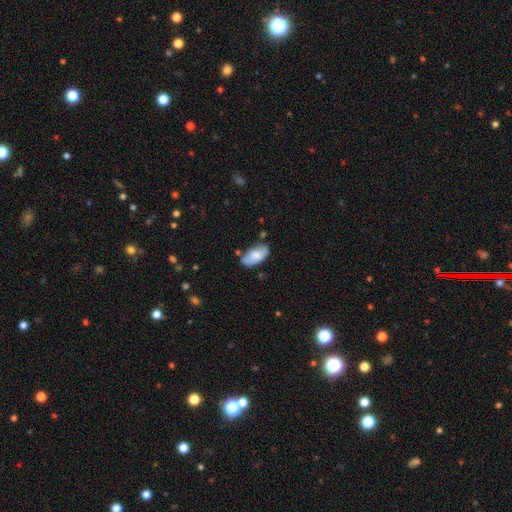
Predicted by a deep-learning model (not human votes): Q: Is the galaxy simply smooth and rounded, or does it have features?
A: smooth — 70%.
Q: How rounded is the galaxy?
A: in between — 93%.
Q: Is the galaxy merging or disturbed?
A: none — 57%.